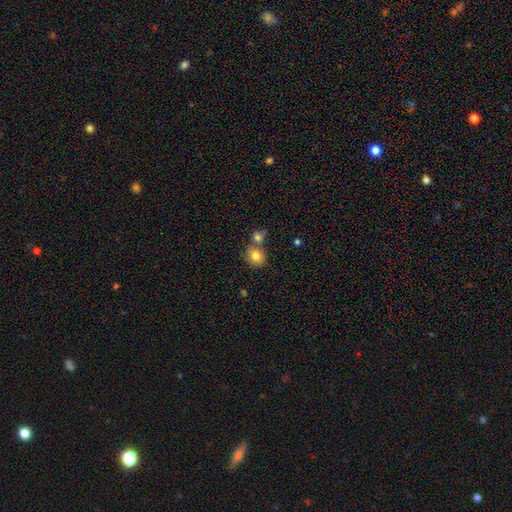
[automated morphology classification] The model was most divided on "merging": none: 58%, merger: 31%, minor disturbance: 8%, major disturbance: 2%. More confident: how rounded — round (85%); smooth or featured — smooth (81%).